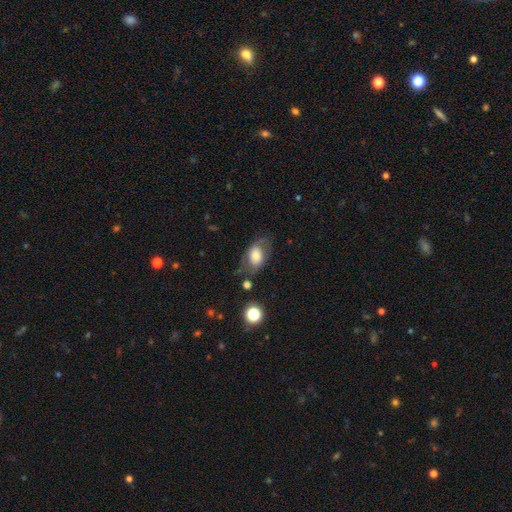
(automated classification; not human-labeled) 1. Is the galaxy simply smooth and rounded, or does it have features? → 56% smooth, 36% featured or disk, 9% star or artifact.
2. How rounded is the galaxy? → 78% in between, 20% round, 2% cigar-shaped.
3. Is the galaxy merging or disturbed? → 55% none, 24% minor disturbance, 19% major disturbance, 3% merger.